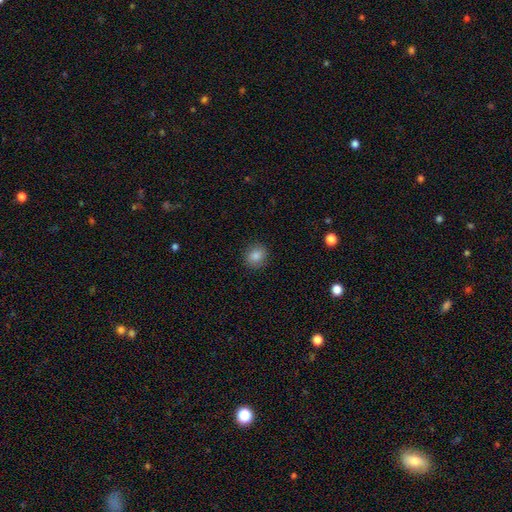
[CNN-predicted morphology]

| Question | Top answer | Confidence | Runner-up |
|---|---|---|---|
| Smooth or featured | smooth | 84% | star or artifact (10%) |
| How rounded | round | 74% | in between (25%) |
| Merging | none | 89% | minor disturbance (7%) |